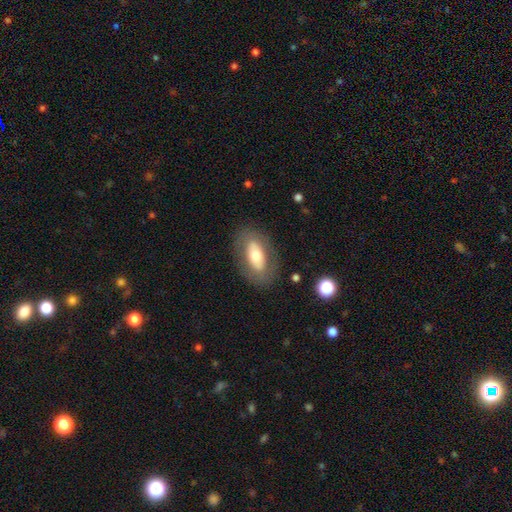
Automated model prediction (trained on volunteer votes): smooth_or_featured: smooth (p=0.52) [alt: featured or disk p=0.41]
how_rounded: in between (p=0.88) [alt: cigar-shaped p=0.07]
merging: none (p=0.80) [alt: minor disturbance p=0.12]